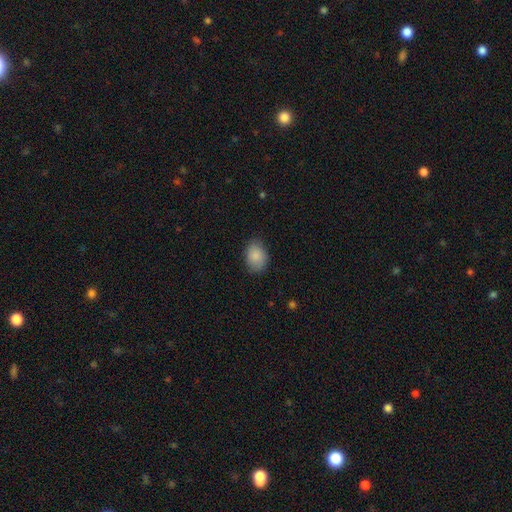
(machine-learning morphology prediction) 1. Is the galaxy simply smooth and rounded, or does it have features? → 87% smooth, 7% star or artifact, 6% featured or disk.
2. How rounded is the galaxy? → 73% in between, 26% round, 1% cigar-shaped.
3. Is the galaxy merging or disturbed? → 77% none, 18% minor disturbance, 4% major disturbance, 1% merger.